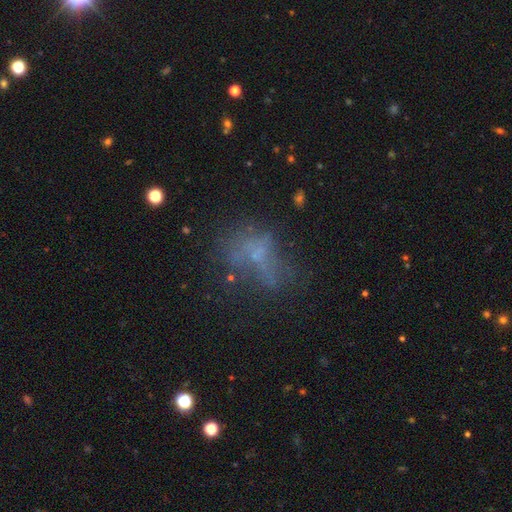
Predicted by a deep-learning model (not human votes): smooth 38%, featured or disk 34%, star or artifact 29%. Down the decision tree: merging — none (41%).